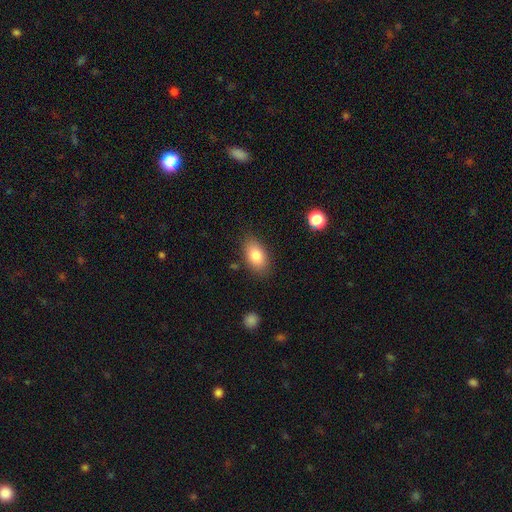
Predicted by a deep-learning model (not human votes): This is clearly a smooth galaxy (83%). How rounded: clearly in between (91%). Merging: clearly none (83%).